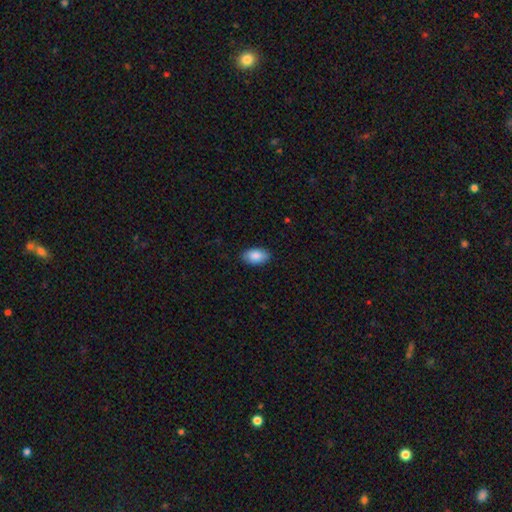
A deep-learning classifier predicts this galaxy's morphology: smooth 87%, star or artifact 7%, featured or disk 6%. Down the decision tree: how rounded — in between (93%); merging — none (87%).